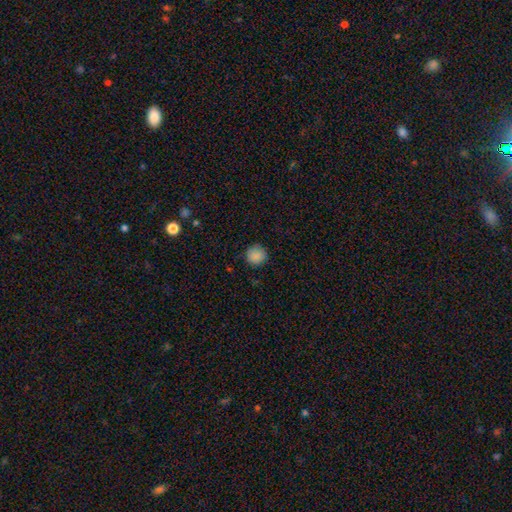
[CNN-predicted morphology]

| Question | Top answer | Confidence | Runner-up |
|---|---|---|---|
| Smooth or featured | smooth | 88% | star or artifact (9%) |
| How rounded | round | 94% | in between (5%) |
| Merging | none | 89% | minor disturbance (8%) |